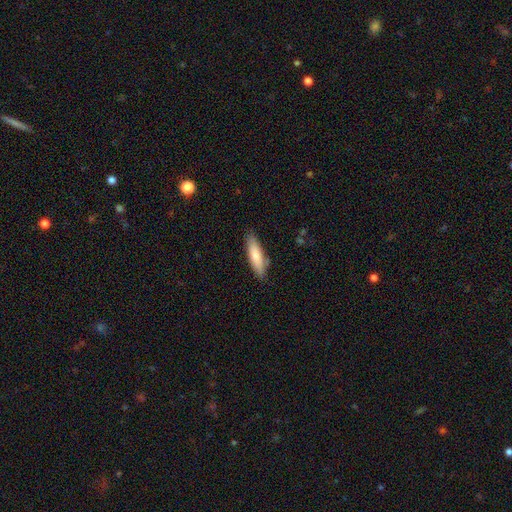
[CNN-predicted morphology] smooth 78%, featured or disk 16%, star or artifact 6%. Down the decision tree: how rounded — cigar-shaped (64%); merging — none (83%).